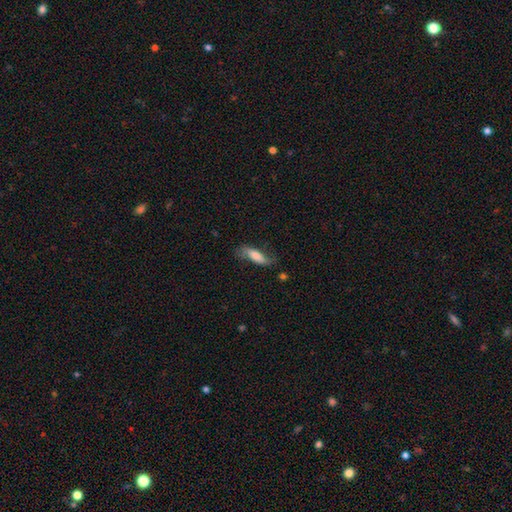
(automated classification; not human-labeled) Smooth or featured? Predicted: smooth (p=0.64). How rounded? Predicted: in between (p=0.53). Merging? Predicted: none (p=0.57).